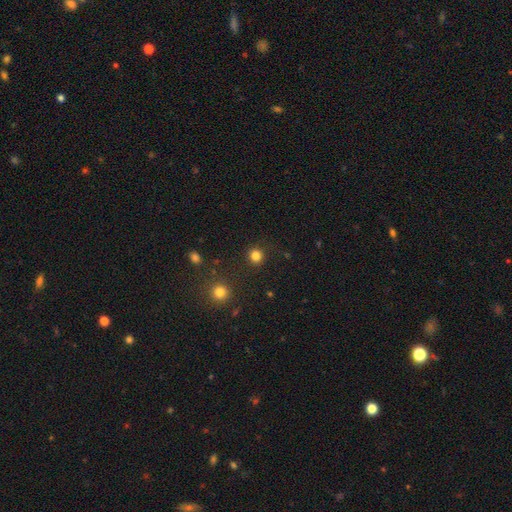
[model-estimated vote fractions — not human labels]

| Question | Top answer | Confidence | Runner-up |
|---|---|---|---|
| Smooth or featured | smooth | 82% | star or artifact (14%) |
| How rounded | round | 93% | in between (6%) |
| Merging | none | 90% | minor disturbance (6%) |